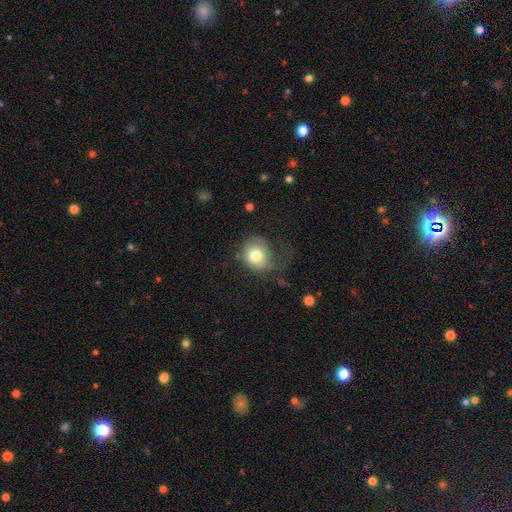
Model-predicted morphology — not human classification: smooth_or_featured: smooth (p=0.76) [alt: featured or disk p=0.15]
how_rounded: round (p=0.77) [alt: in between p=0.22]
merging: none (p=0.47) [alt: major disturbance p=0.26]